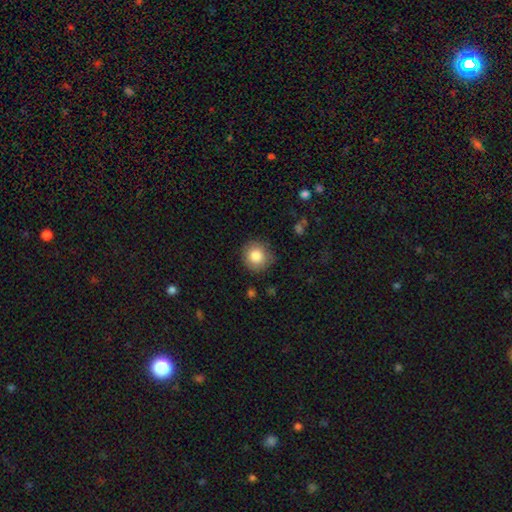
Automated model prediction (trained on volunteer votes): This appears to be a smooth galaxy with no disk features (84%) that is round (92%). Merging: none (84%).